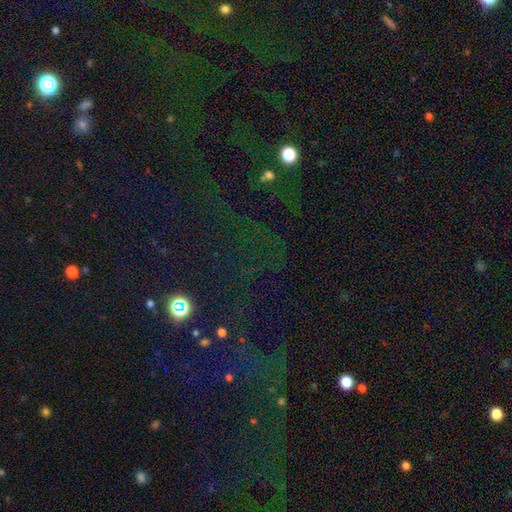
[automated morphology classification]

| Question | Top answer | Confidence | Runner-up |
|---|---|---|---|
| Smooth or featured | star or artifact | 77% | smooth (15%) |